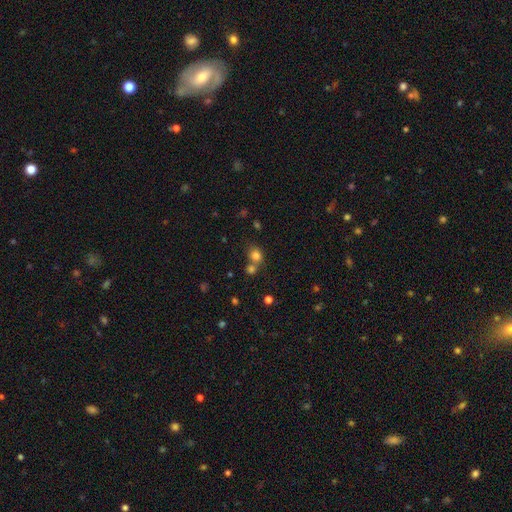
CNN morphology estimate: Smooth or featured: smooth — 79% (star or artifact — 14%)
How rounded: round — 71% (in between — 28%)
Merging: none — 52% (merger — 35%)